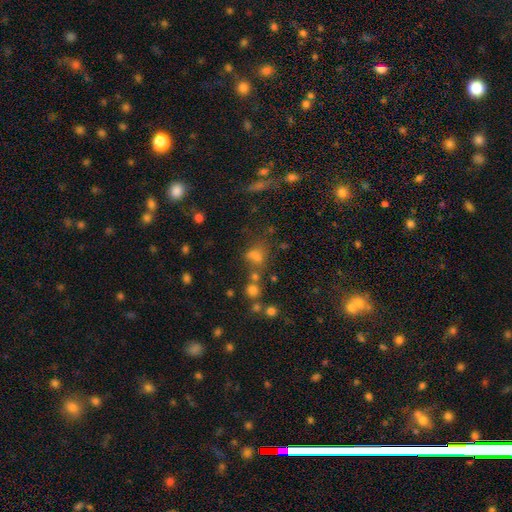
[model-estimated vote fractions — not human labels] This is likely a smooth galaxy (63%). How rounded: possibly in between (54%). Merging: possibly none (45%).